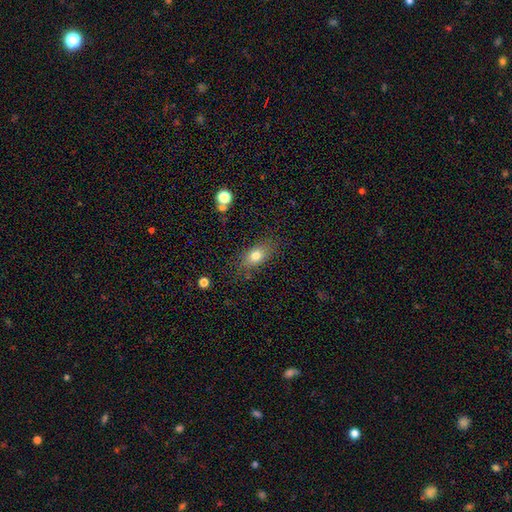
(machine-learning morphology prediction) A smooth galaxy with no disk features (76%) that is in between round and cigar-shaped (79%).

Vote fractions:
- Smooth or featured? smooth: 76% / featured or disk: 14% / star or artifact: 10%
- How rounded? in between: 79% / round: 14% / cigar-shaped: 7%
- Merging? none: 79% / minor disturbance: 15% / major disturbance: 5% / merger: 2%